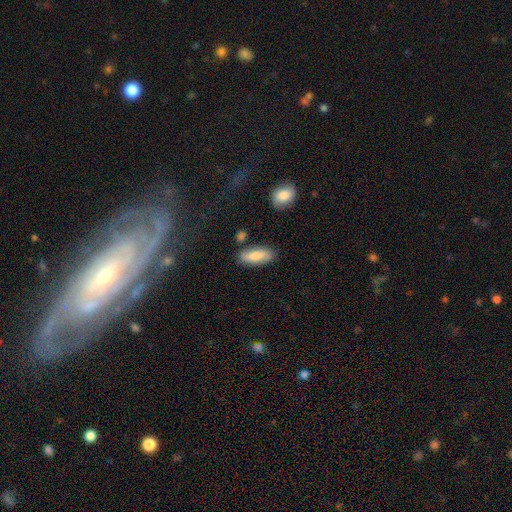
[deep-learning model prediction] smooth_or_featured: smooth (p=0.73) [alt: featured or disk p=0.20]
how_rounded: in between (p=0.71) [alt: cigar-shaped p=0.26]
merging: none (p=0.78) [alt: minor disturbance p=0.14]